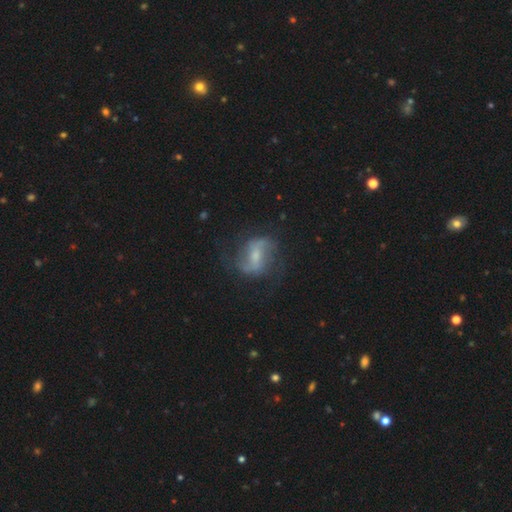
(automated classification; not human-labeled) Smooth or featured?
  - featured or disk: 77% *
  - smooth: 15%
  - star or artifact: 8%
Edge-on disk?
  - no: 96% *
  - yes: 4%
Bar?
  - weak: 48% *
  - strong: 30%
  - no: 22%
Spiral arms?
  - yes: 91% *
  - no: 9%
Spiral winding?
  - loose: 53% *
  - medium: 36%
  - tight: 11%
Spiral arm count?
  - 2: 87% *
  - can't tell: 7%
  - 1: 2%
  - 3: 2%
  - 4: 1%
  - more than 4: 1%
Bulge size?
  - small: 46% *
  - moderate: 38%
  - none: 10%
  - large: 4%
  - dominant: 1%
Merging?
  - none: 70% *
  - minor disturbance: 17%
  - major disturbance: 11%
  - merger: 2%